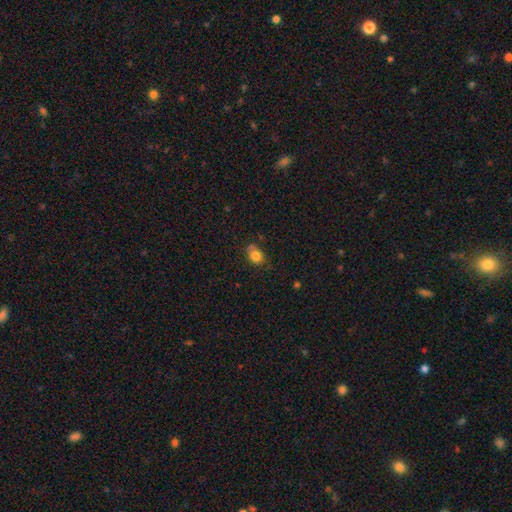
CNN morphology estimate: The model was most divided on "how rounded": round: 51%, in between: 48%, cigar-shaped: 1%. More confident: smooth or featured — smooth (81%); merging — none (61%).